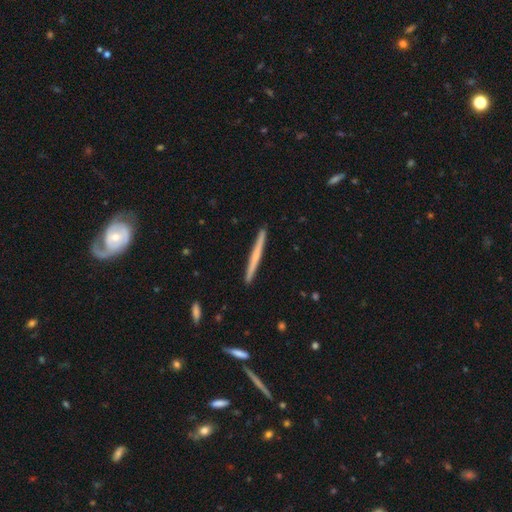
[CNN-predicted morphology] Overall: smooth (50%; featured or disk 44%). How rounded: cigar-shaped (97%). Merging: none (92%).